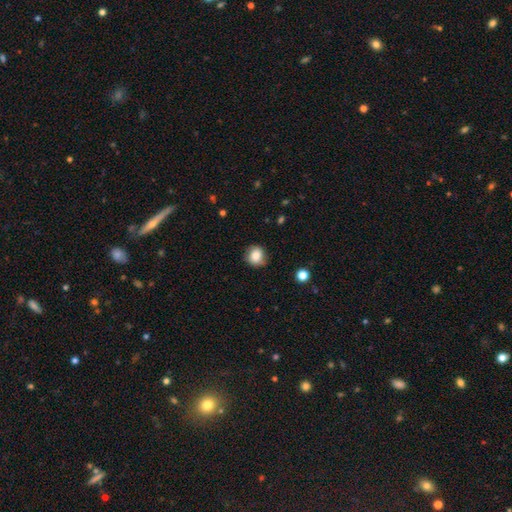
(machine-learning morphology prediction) Smooth or featured: smooth — 82% (star or artifact — 10%)
How rounded: round — 81% (in between — 18%)
Merging: none — 75% (minor disturbance — 19%)